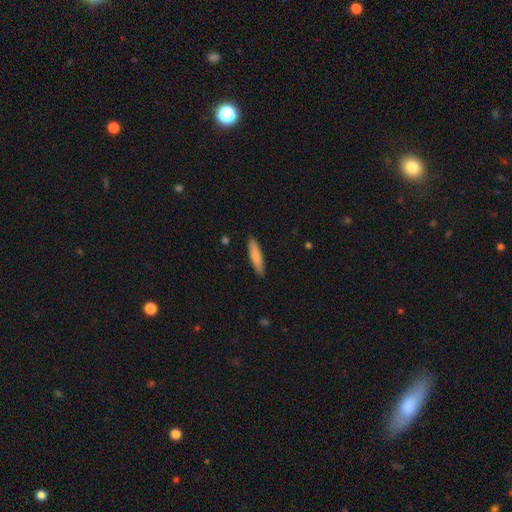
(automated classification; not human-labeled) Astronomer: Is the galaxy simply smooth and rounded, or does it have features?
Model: smooth — 81%.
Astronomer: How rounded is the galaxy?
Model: cigar-shaped — 78%.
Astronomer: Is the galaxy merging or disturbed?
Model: none — 89%.